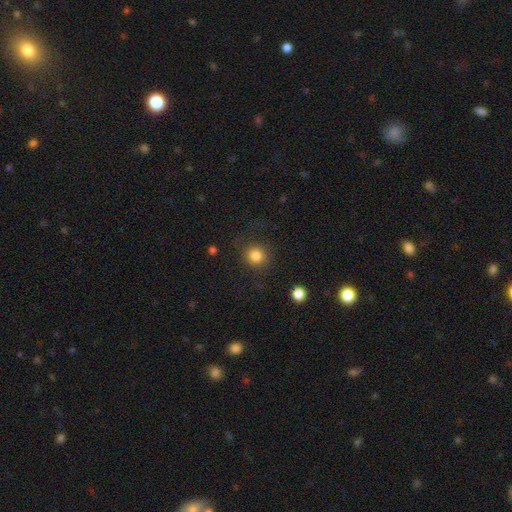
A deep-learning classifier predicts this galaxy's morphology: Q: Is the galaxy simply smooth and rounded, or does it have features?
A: smooth — 83%.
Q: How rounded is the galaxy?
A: round — 91%.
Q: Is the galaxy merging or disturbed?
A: none — 85%.